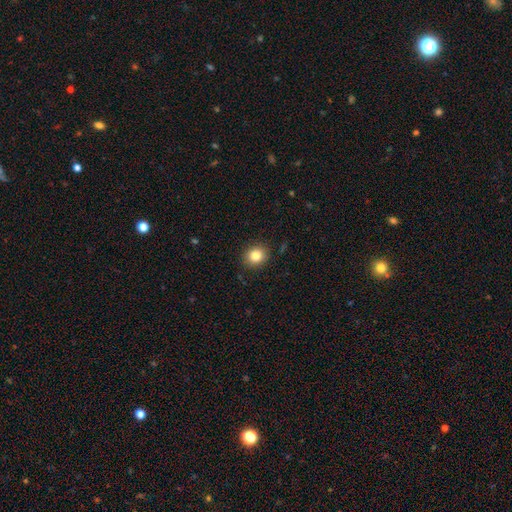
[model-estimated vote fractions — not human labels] This is clearly a smooth galaxy (83%). How rounded: likely round (79%). Merging: clearly none (90%).